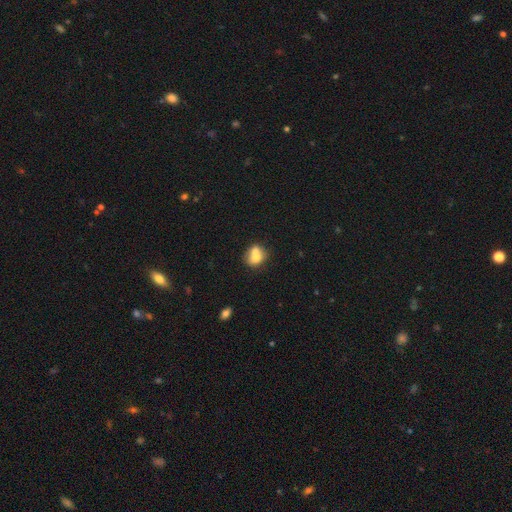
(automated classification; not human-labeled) smooth 68%, featured or disk 22%, star or artifact 9%. Down the decision tree: how rounded — round (56%); merging — merger (49%).